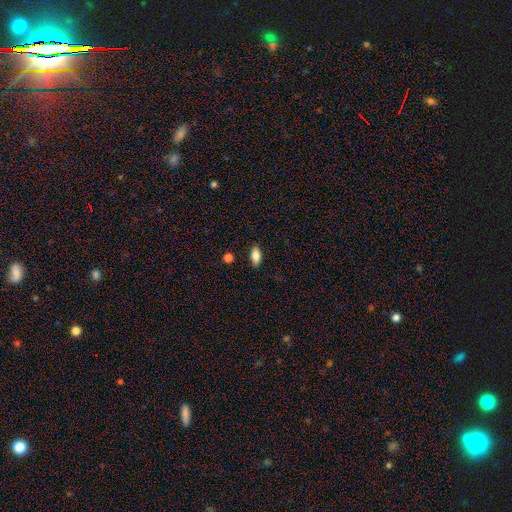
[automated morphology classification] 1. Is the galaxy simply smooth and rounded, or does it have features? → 82% smooth, 10% featured or disk, 8% star or artifact.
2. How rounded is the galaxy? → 88% in between, 9% cigar-shaped, 3% round.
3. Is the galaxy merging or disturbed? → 87% none, 9% minor disturbance, 2% major disturbance, 2% merger.